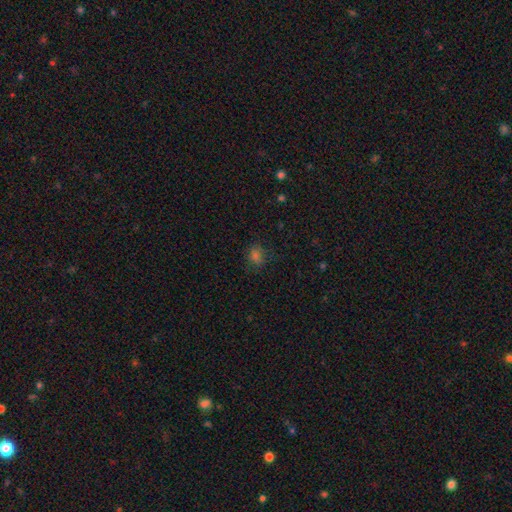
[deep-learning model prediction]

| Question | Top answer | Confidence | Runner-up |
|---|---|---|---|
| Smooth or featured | smooth | 68% | star or artifact (25%) |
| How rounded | round | 58% | in between (40%) |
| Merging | none | 78% | minor disturbance (15%) |